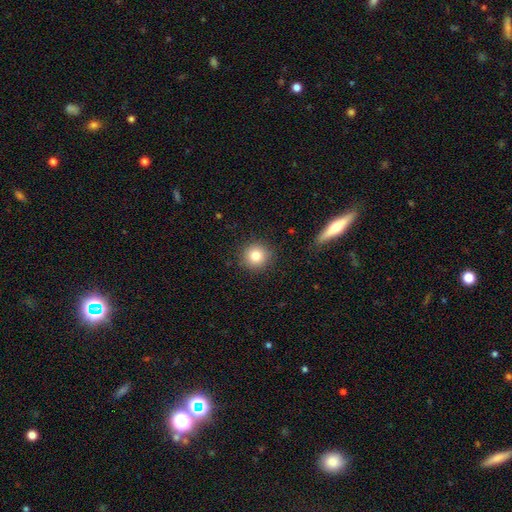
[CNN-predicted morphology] Q: Smooth or featured?
A: smooth (82%); runner-up: star or artifact (11%)
Q: How rounded?
A: round (93%); runner-up: in between (6%)
Q: Merging?
A: none (89%); runner-up: minor disturbance (7%)